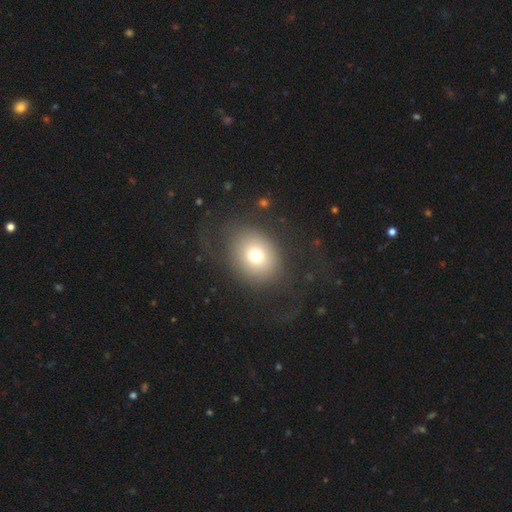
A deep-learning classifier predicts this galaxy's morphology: This appears to be a smooth galaxy with no disk features (72%) that is round (60%). Merging: none (69%).